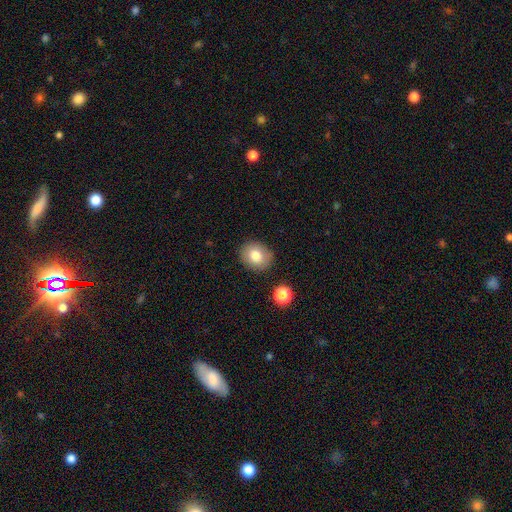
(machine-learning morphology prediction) type=smooth (80%); roundness=round (64%); merging=none (86%).